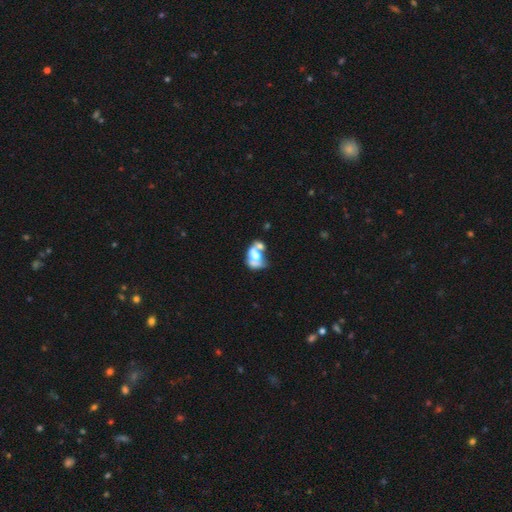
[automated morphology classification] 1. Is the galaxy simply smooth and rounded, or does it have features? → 49% featured or disk, 42% smooth, 9% star or artifact.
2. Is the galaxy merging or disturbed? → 59% merger, 16% major disturbance, 14% none, 11% minor disturbance.